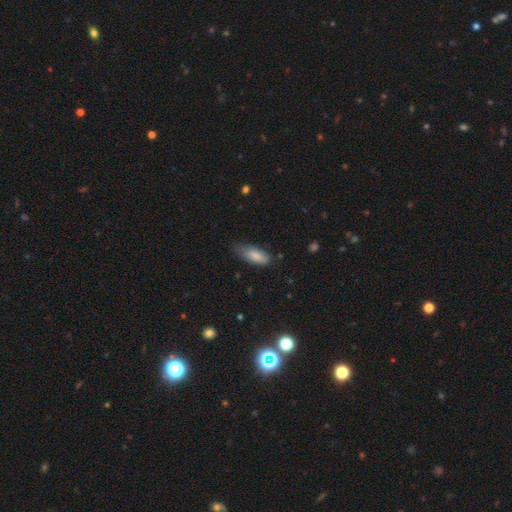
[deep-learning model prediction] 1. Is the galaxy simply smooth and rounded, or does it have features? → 85% smooth, 9% featured or disk, 6% star or artifact.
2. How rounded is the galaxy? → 80% in between, 18% cigar-shaped, 2% round.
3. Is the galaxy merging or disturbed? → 57% none, 34% minor disturbance, 8% major disturbance, 2% merger.